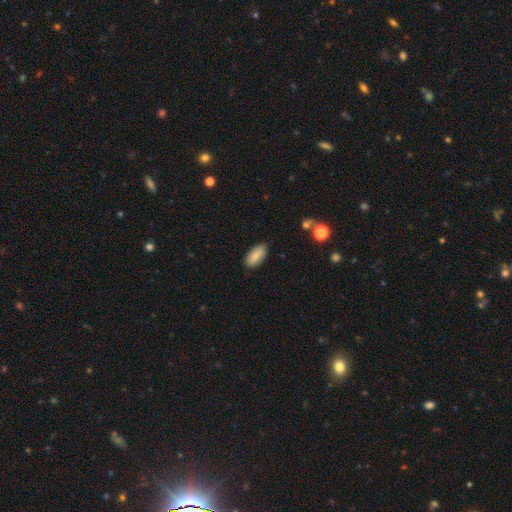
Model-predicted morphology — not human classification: A smooth galaxy with no disk features (80%) that is in between round and cigar-shaped (90%). Merging: none (84%).